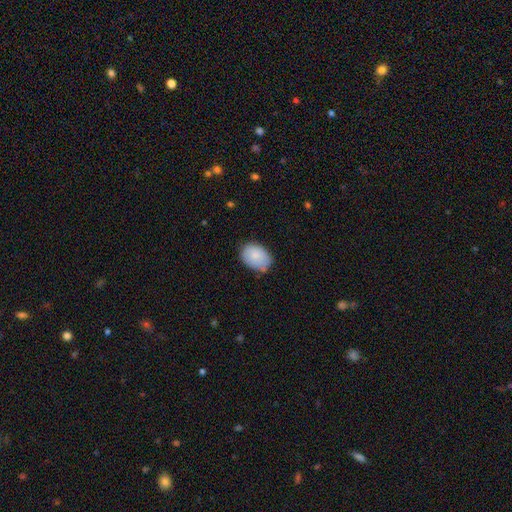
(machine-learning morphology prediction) Smooth or featured: smooth — 84% (featured or disk — 10%)
How rounded: in between — 79% (round — 20%)
Merging: none — 69% (minor disturbance — 24%)